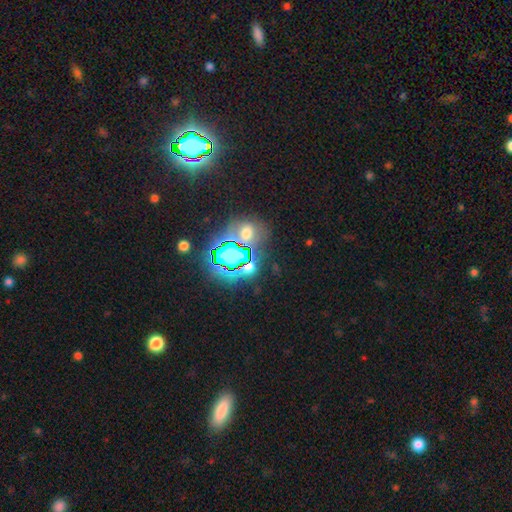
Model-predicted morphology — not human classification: This is likely a star or artifact rather than a galaxy (69%).